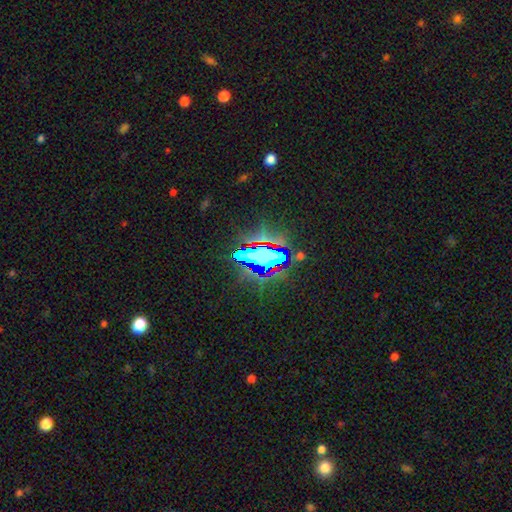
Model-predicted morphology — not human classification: This appears to be a star or artifact, not a galaxy (69%).